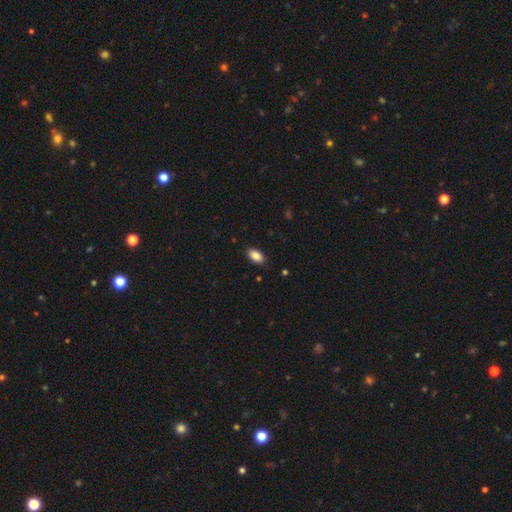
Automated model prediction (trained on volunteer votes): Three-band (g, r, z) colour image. It shows a smooth galaxy with no disk features (87%) that is in between round and cigar-shaped (92%). Merging: none (87%).